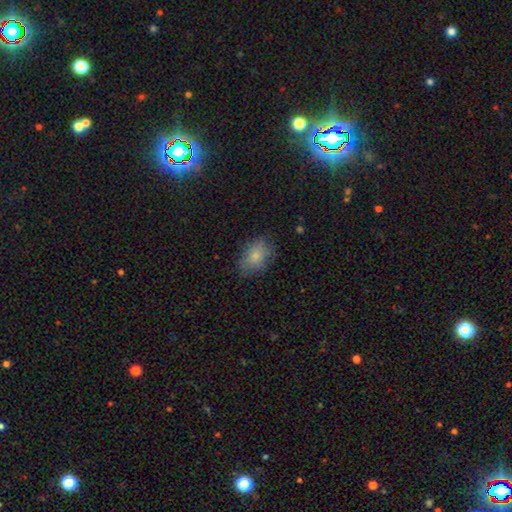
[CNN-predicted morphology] Q: Smooth or featured?
A: smooth (80%); runner-up: featured or disk (11%)
Q: How rounded?
A: in between (79%); runner-up: round (20%)
Q: Merging?
A: none (74%); runner-up: minor disturbance (19%)